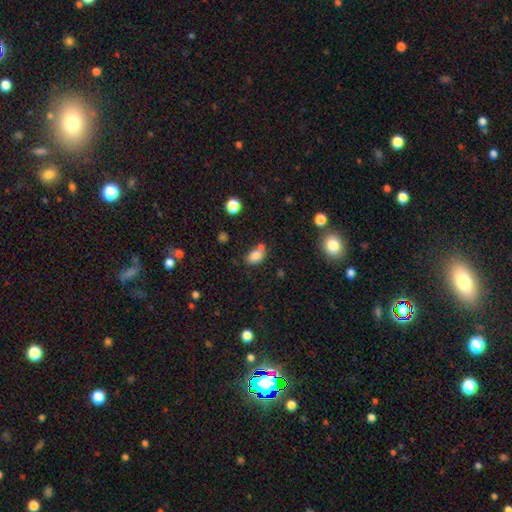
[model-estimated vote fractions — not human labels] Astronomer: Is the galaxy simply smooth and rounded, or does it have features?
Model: smooth — 82%.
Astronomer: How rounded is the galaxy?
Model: in between — 79%.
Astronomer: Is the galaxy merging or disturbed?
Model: none — 55%.